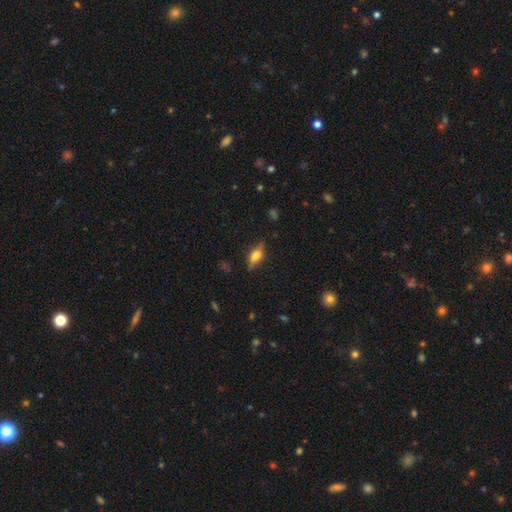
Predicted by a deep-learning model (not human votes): Morphology: type=featured or disk (52%); edge-on=yes (93%); merging=none (82%).